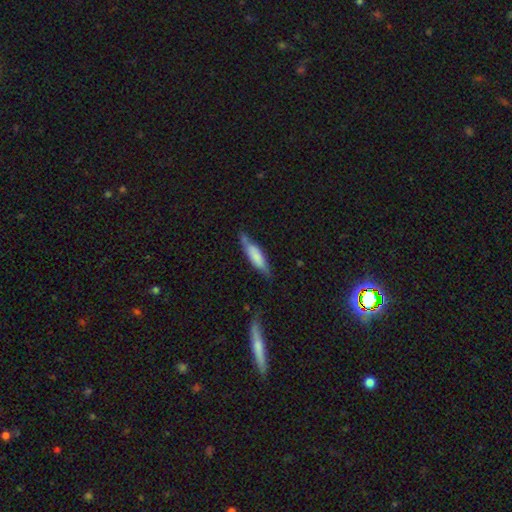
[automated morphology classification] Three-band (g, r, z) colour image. It shows a smooth galaxy with no disk features (65%) that is cigar-shaped (66%). Merging: none (62%).